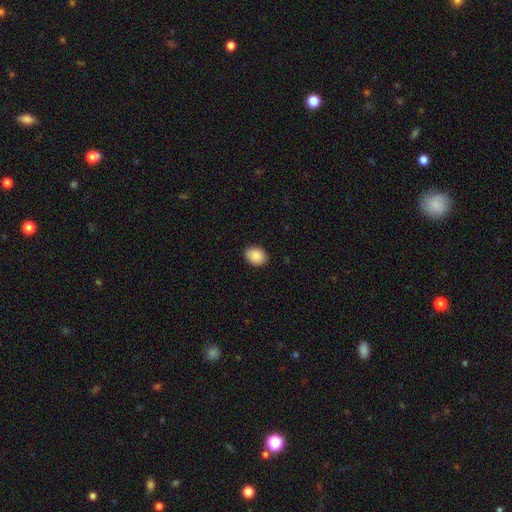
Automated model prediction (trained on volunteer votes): Smooth or featured? Predicted: smooth (p=0.90). How rounded? Predicted: in between (p=0.60). Merging? Predicted: none (p=0.89).